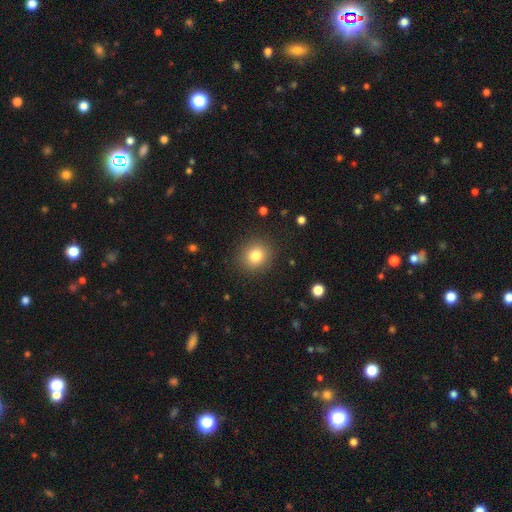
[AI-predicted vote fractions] smooth-or-featured: smooth: 81% | star or artifact: 11% | featured or disk: 8%
  how-rounded: round: 85% | in between: 15% | cigar-shaped: 1%
  merging: none: 89% | minor disturbance: 7% | major disturbance: 3% | merger: 1%